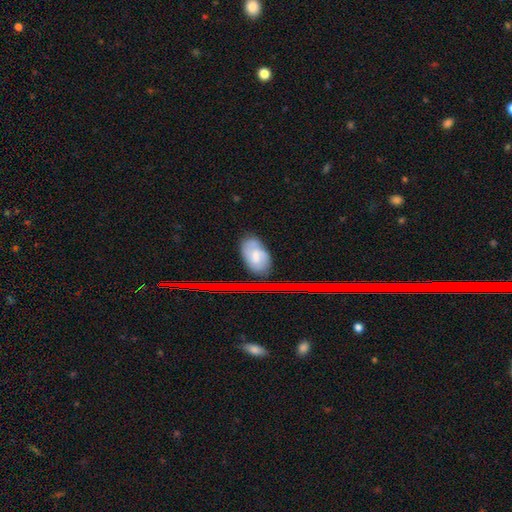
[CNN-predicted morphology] A smooth galaxy with no disk features (54%) that is in between round and cigar-shaped (91%). Merging: none (73%).